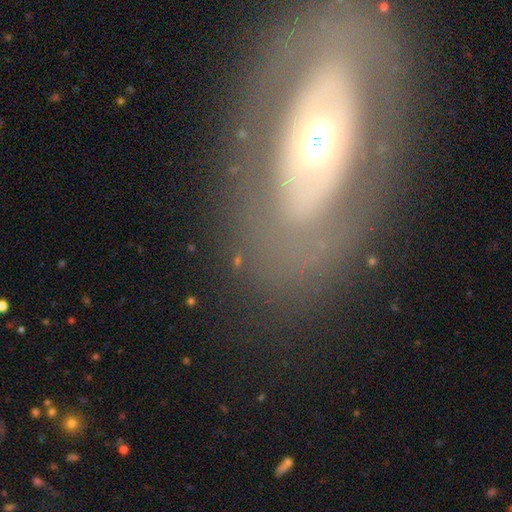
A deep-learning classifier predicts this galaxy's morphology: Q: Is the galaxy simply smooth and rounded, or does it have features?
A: featured or disk — 66%.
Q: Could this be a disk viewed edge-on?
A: no — 87%.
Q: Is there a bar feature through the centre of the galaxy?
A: no — 82%.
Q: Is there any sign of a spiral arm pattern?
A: no — 78%.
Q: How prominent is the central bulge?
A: moderate — 60%.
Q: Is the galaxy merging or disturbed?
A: none — 82%.